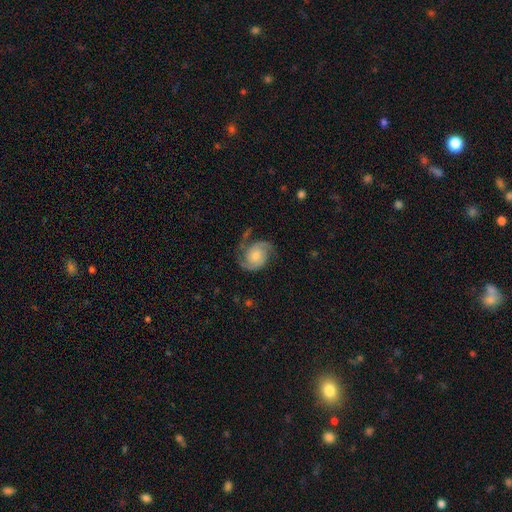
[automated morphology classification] featured or disk 83%, smooth 11%, star or artifact 6%. Down the decision tree: edge-on disk — no (98%); bar — no (73%); spiral arms — yes (97%); spiral arm count — 2 (85%); spiral winding — medium (48%); bulge size — moderate (50%); merging — none (65%).